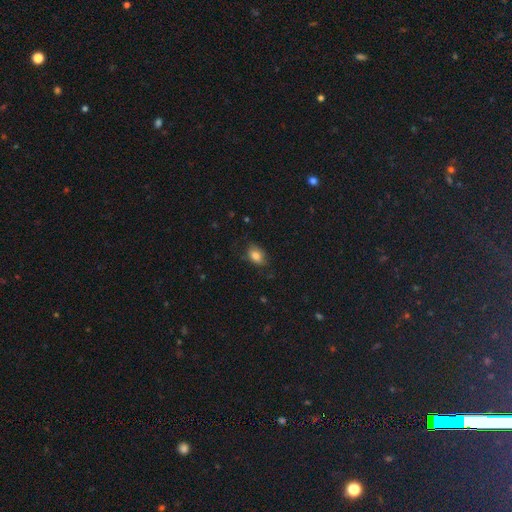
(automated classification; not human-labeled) smooth-or-featured: smooth: 82% | star or artifact: 9% | featured or disk: 9%
  how-rounded: in between: 84% | round: 14% | cigar-shaped: 2%
  merging: none: 71% | minor disturbance: 22% | major disturbance: 6% | merger: 1%